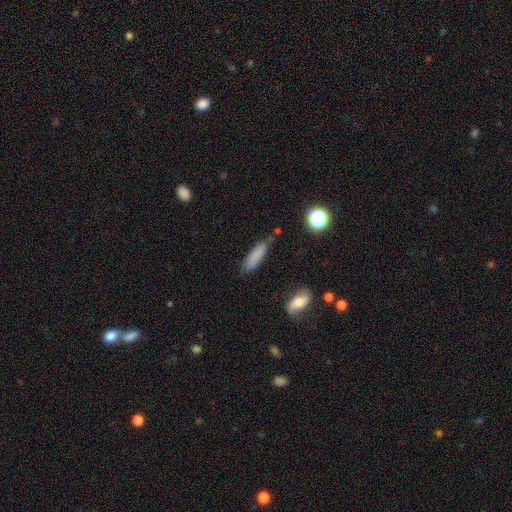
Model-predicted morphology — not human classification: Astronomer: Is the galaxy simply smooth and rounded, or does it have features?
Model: smooth — 81%.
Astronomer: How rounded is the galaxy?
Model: cigar-shaped — 63%.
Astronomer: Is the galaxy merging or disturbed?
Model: none — 65%.